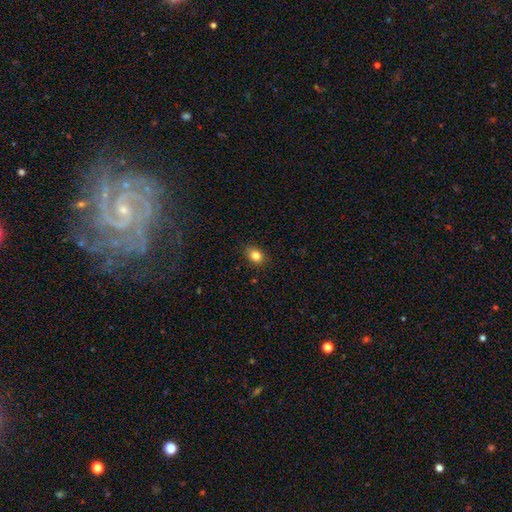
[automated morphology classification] smooth_or_featured: smooth (p=0.83) [alt: star or artifact p=0.10]
how_rounded: in between (p=0.67) [alt: round p=0.31]
merging: none (p=0.85) [alt: minor disturbance p=0.11]